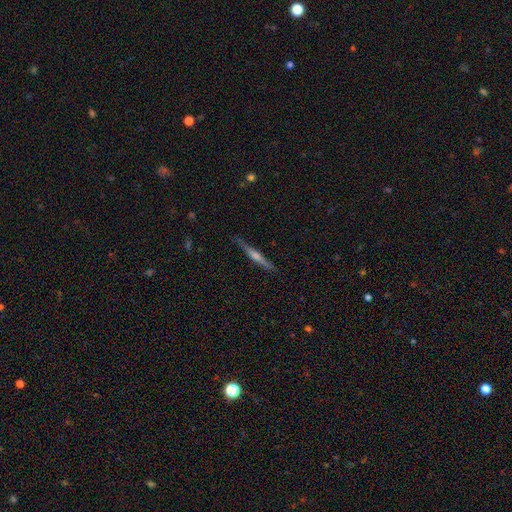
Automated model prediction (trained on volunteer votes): A featured or disk galaxy (77%) viewed edge-on (98%) with a rounded central bulge (81%).

Vote fractions:
- Smooth or featured? featured or disk: 77% / smooth: 17% / star or artifact: 6%
- Edge-on disk? yes: 98% / no: 2%
- Edge-on bulge? rounded: 81% / none: 10% / boxy: 9%
- Merging? none: 90% / minor disturbance: 7% / major disturbance: 1% / merger: 1%